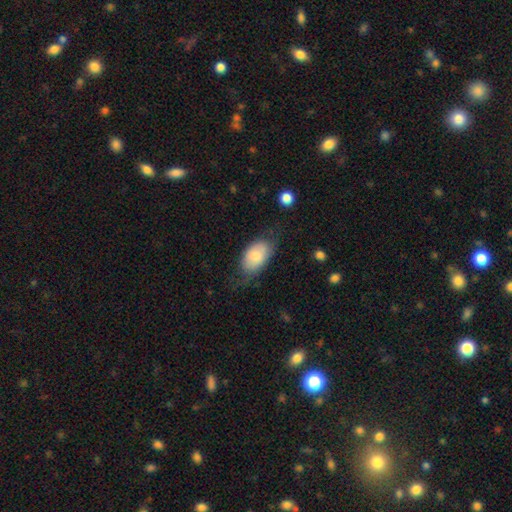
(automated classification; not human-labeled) Q: Smooth or featured?
A: smooth (75%); runner-up: featured or disk (19%)
Q: How rounded?
A: in between (92%); runner-up: round (7%)
Q: Merging?
A: none (58%); runner-up: minor disturbance (27%)